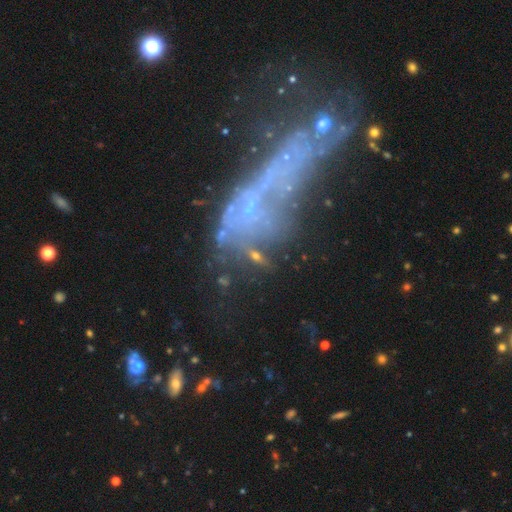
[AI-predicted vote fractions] A featured or disk galaxy (43%).

Vote fractions:
- Smooth or featured? featured or disk: 43% / smooth: 36% / star or artifact: 22%
- Merging? none: 58% / minor disturbance: 17% / major disturbance: 13% / merger: 12%